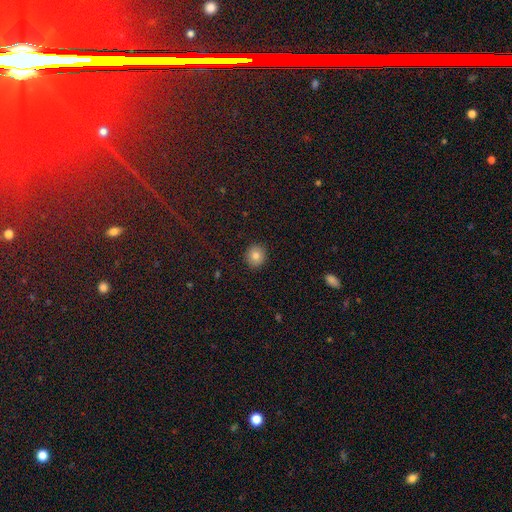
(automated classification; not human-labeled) A smooth galaxy with no disk features (81%) that is round (90%).

Vote fractions:
- Smooth or featured? smooth: 81% / star or artifact: 11% / featured or disk: 8%
- How rounded? round: 90% / in between: 9% / cigar-shaped: 1%
- Merging? none: 91% / minor disturbance: 6% / major disturbance: 2% / merger: 1%